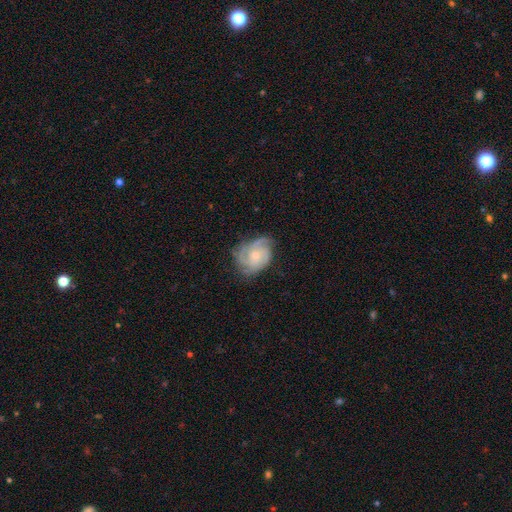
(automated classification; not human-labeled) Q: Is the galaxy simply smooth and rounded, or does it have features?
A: featured or disk — 81%.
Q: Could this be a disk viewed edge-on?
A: no — 98%.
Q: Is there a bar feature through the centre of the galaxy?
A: no — 76%.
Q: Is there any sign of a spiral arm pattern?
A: yes — 96%.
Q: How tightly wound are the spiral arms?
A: tight — 56%.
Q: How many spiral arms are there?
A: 3 — 47%.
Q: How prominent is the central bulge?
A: small — 58%.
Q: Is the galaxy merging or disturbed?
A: none — 67%.